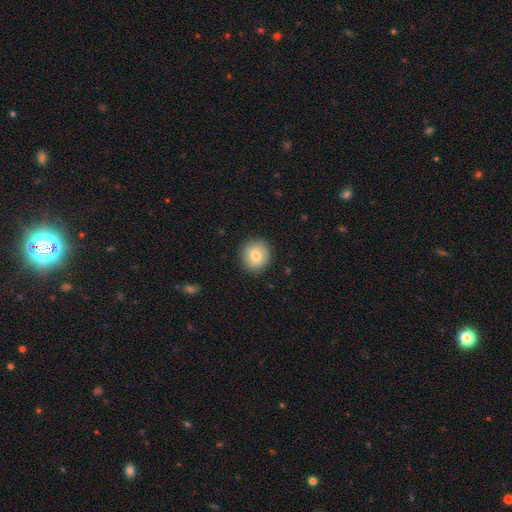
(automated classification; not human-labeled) Smooth or featured? Predicted: smooth (p=0.76). How rounded? Predicted: round (p=0.90). Merging? Predicted: none (p=0.88).